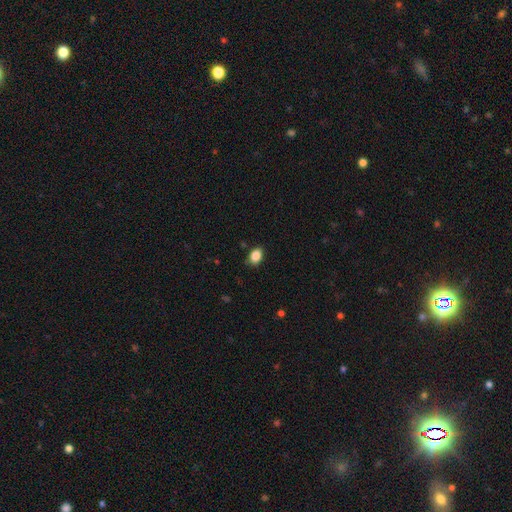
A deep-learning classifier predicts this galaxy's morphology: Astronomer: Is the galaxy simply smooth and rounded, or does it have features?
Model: smooth — 87%.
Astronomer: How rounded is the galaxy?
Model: in between — 80%.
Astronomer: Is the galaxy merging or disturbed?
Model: none — 84%.